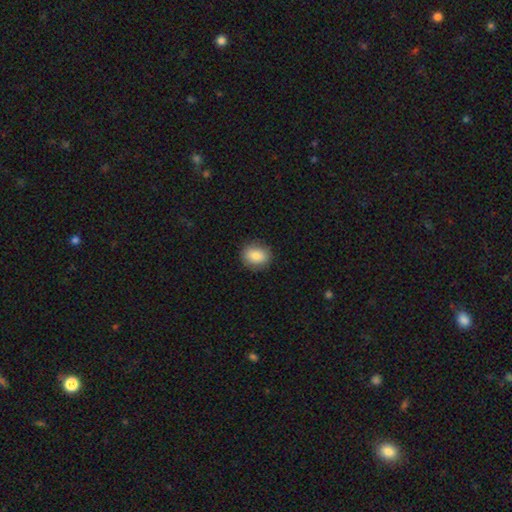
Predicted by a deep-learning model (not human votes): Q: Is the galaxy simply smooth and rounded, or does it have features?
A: smooth — 87%.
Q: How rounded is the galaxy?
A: round — 53%.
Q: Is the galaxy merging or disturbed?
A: none — 87%.